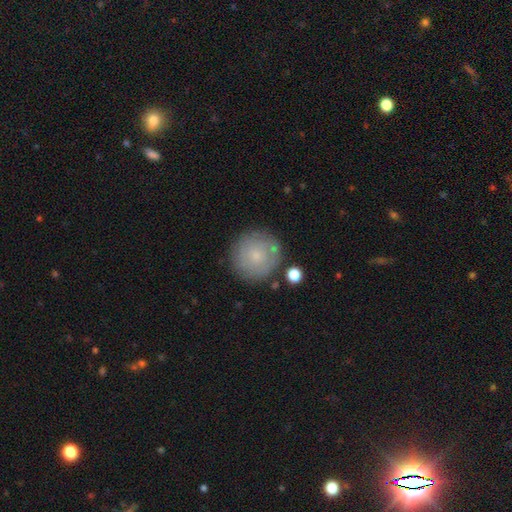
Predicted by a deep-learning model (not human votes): The model was most divided on "smooth or featured": smooth: 66%, featured or disk: 26%, star or artifact: 8%. More confident: how rounded — round (94%); merging — none (80%).